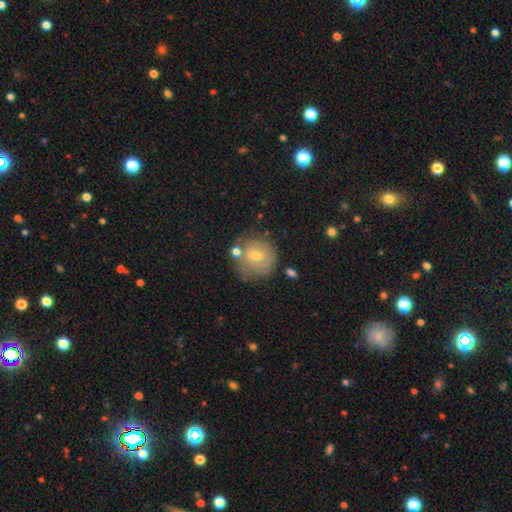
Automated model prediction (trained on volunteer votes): Q: Smooth or featured?
A: smooth (62%); runner-up: featured or disk (30%)
Q: How rounded?
A: round (89%); runner-up: in between (10%)
Q: Merging?
A: none (63%); runner-up: minor disturbance (19%)